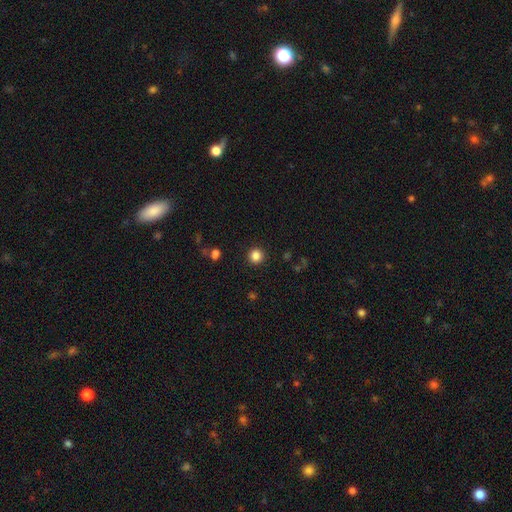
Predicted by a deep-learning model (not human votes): Smooth or featured? Predicted: smooth (p=0.84). How rounded? Predicted: round (p=0.95). Merging? Predicted: none (p=0.92).